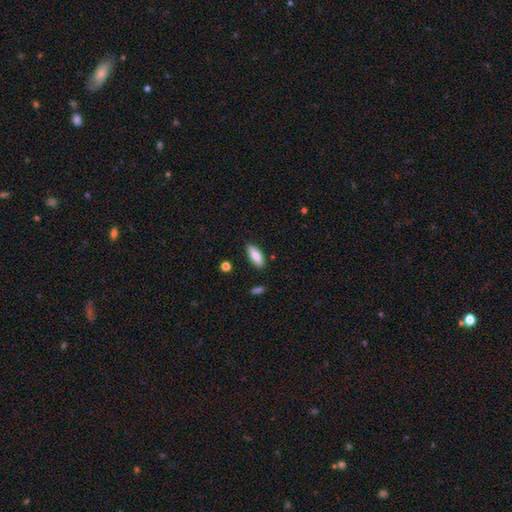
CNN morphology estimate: Smooth or featured: smooth — 77% (featured or disk — 16%)
How rounded: in between — 71% (cigar-shaped — 27%)
Merging: none — 86% (minor disturbance — 10%)